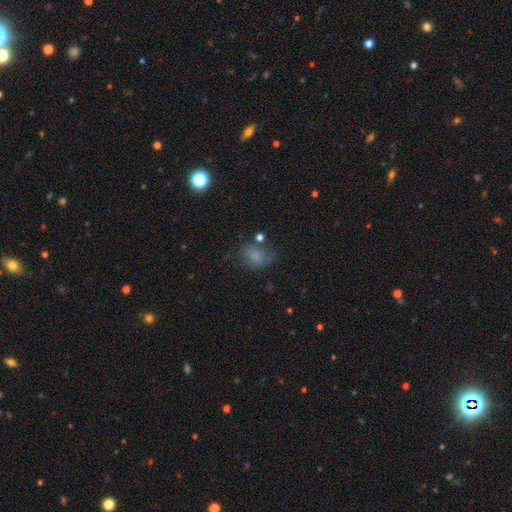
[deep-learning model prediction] Q: Smooth or featured?
A: smooth (70%); runner-up: star or artifact (15%)
Q: How rounded?
A: in between (63%); runner-up: round (36%)
Q: Merging?
A: none (52%); runner-up: minor disturbance (25%)